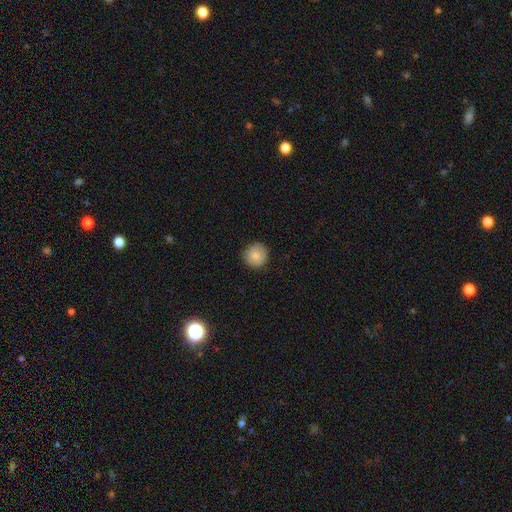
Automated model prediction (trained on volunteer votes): smooth_or_featured: smooth (p=0.84) [alt: star or artifact p=0.08]
how_rounded: round (p=0.94) [alt: in between p=0.05]
merging: none (p=0.90) [alt: minor disturbance p=0.08]